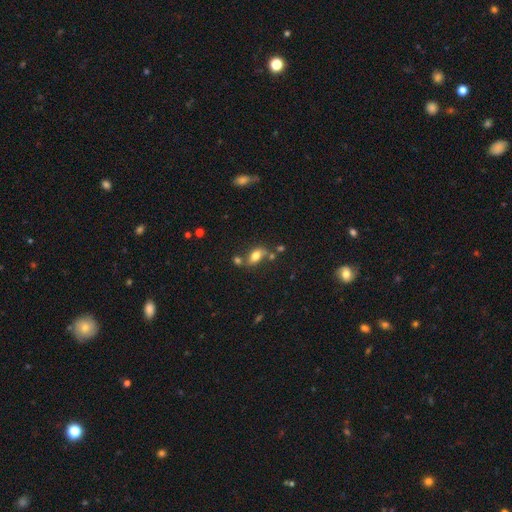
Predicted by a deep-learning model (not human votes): The model was most divided on "merging": none: 59%, merger: 20%, minor disturbance: 15%, major disturbance: 5%. More confident: how rounded — in between (85%); smooth or featured — smooth (75%).